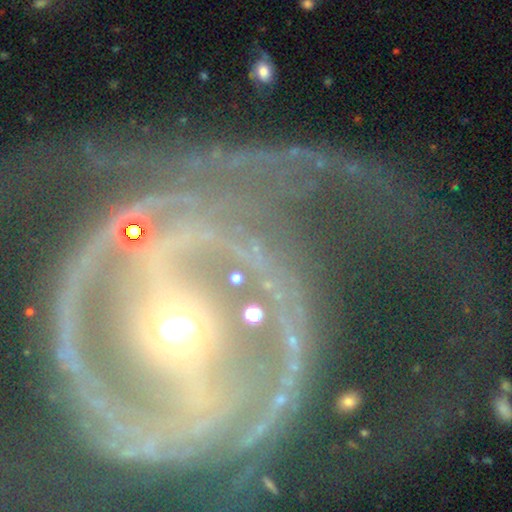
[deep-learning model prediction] This appears to be a featured or disk galaxy (87%) with a strong bar (53%), 2 (67%) medium (45%) spiral arms (96%) and a small central bulge (55%). Merging: none (61%).